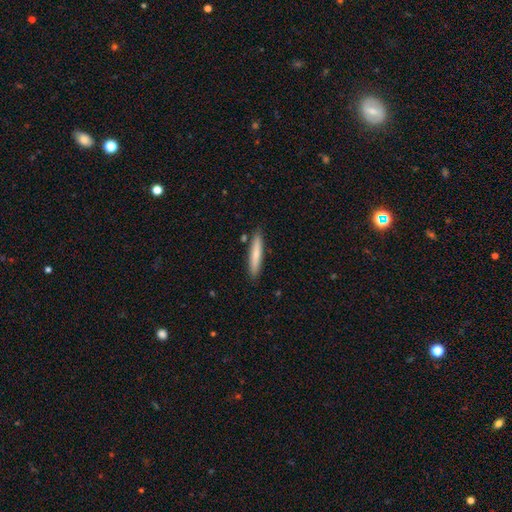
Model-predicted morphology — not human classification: smooth 74%, featured or disk 21%, star or artifact 6%. Down the decision tree: how rounded — cigar-shaped (92%); merging — none (87%).